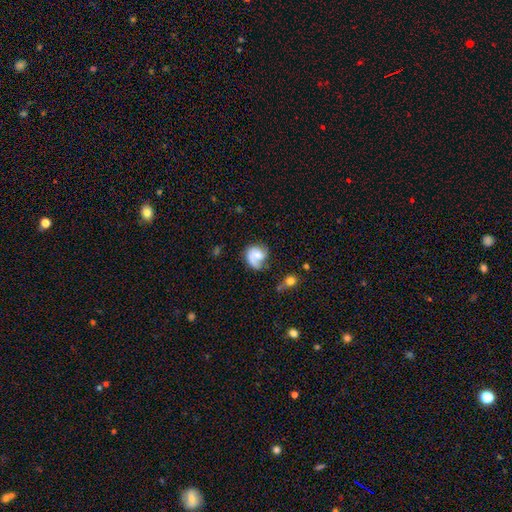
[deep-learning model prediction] Morphology: type=featured or disk (59%); edge-on=no (98%); bar=no (68%); spiral arms=yes (88%); winding=loose (37%, tied with medium); arm count=1 (68%); bulge=moderate (42%); merging=none (47%).